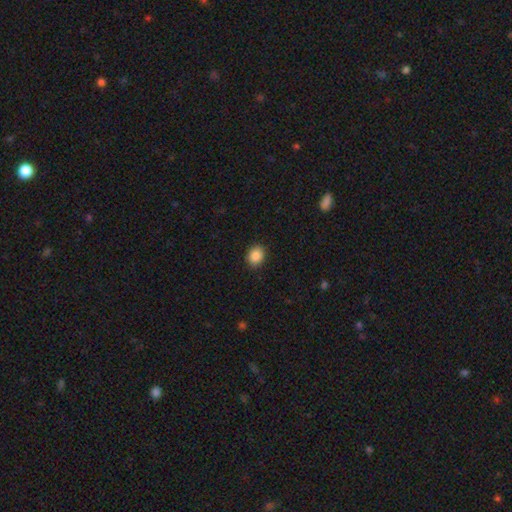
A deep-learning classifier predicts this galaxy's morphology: Smooth or featured? Predicted: smooth (p=0.88). How rounded? Predicted: round (p=0.56). Merging? Predicted: none (p=0.90).